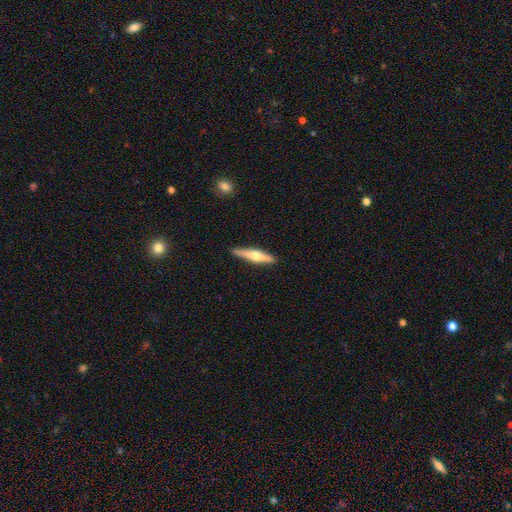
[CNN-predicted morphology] smooth_or_featured: featured or disk (p=0.54) [alt: smooth p=0.41]
disk_edge_on: yes (p=0.96) [alt: no p=0.04]
edge_on_bulge: rounded (p=0.90) [alt: none p=0.05]
merging: none (p=0.89) [alt: minor disturbance p=0.08]